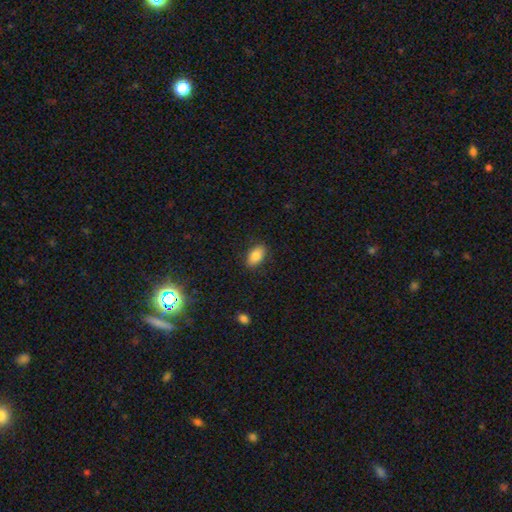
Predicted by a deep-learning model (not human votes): The model was most divided on "smooth or featured": smooth: 84%, featured or disk: 9%, star or artifact: 8%. More confident: how rounded — in between (91%); merging — none (86%).